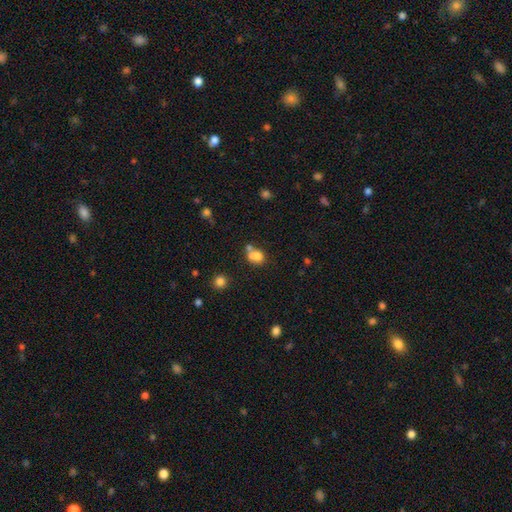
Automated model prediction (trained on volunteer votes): smooth 75%, star or artifact 13%, featured or disk 13%. Down the decision tree: how rounded — round (60%); merging — merger (44%).